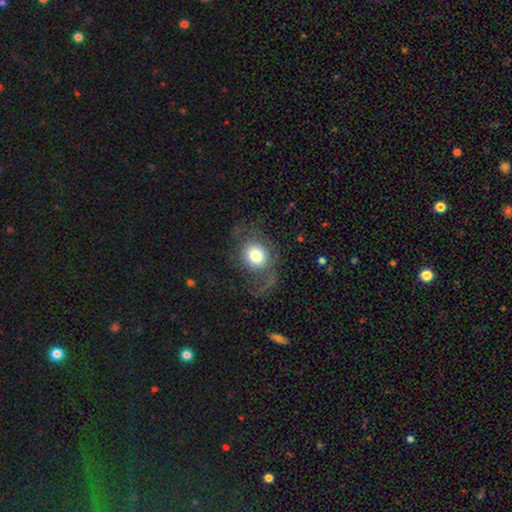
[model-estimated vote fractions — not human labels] Overall: smooth (60%; featured or disk 31%). How rounded: round (67%; in between 32%). Merging: none (52%; major disturbance 28%).